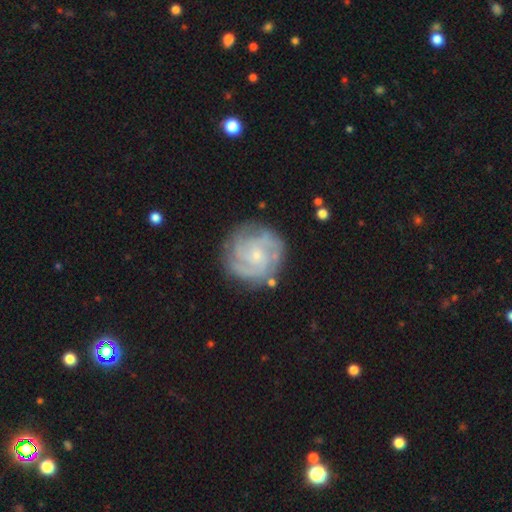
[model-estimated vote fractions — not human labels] Morphology: type=featured or disk (83%); edge-on=no (98%); bar=no (69%); spiral arms=yes (96%); winding=tight (63%); arm count=3 (36%); bulge=small (75%); merging=none (80%).